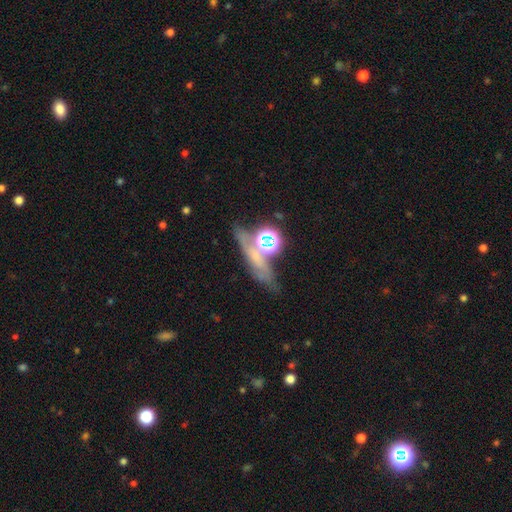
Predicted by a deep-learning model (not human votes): Smooth or featured: star or artifact — 42% (smooth — 30%)